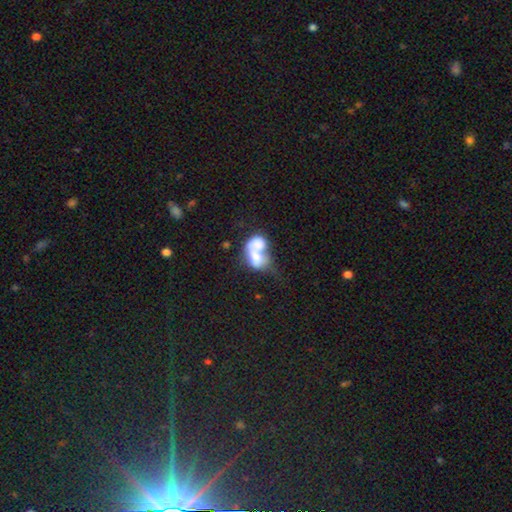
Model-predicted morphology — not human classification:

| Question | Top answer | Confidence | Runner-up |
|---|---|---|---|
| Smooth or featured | smooth | 59% | featured or disk (33%) |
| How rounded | in between | 70% | round (28%) |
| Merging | merger | 72% | major disturbance (11%) |